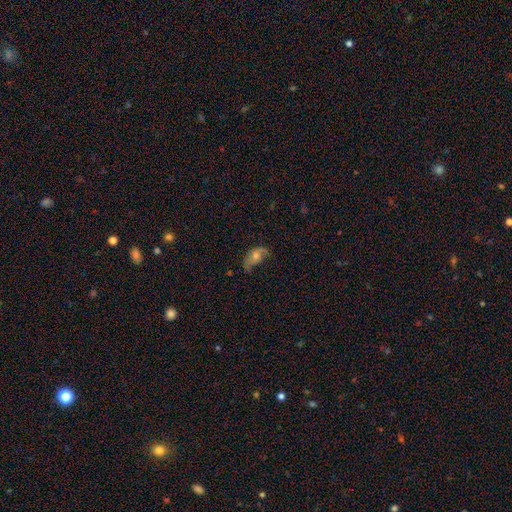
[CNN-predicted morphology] This appears to be a featured or disk galaxy (46%). Merging: none (39%).